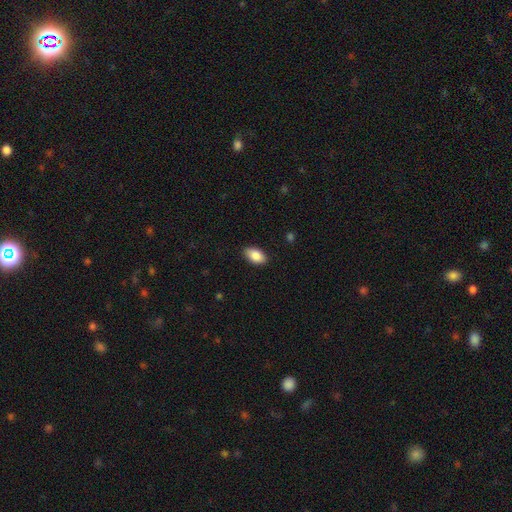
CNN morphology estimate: Smooth or featured?
  - smooth: 87% *
  - star or artifact: 7%
  - featured or disk: 6%
How rounded?
  - in between: 93% *
  - round: 5%
  - cigar-shaped: 2%
Merging?
  - none: 88% *
  - minor disturbance: 9%
  - major disturbance: 2%
  - merger: 1%